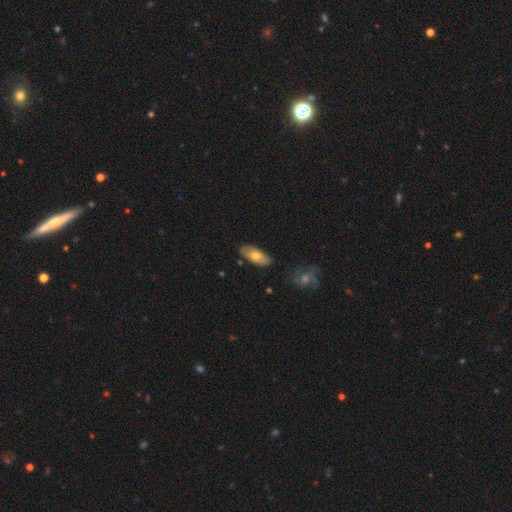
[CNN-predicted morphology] smooth-or-featured: smooth: 64% | featured or disk: 30% | star or artifact: 6%
  how-rounded: in between: 87% | cigar-shaped: 11% | round: 3%
  merging: none: 81% | minor disturbance: 14% | major disturbance: 2% | merger: 2%